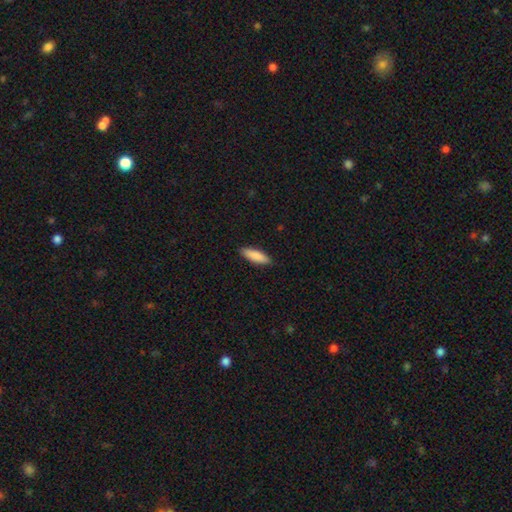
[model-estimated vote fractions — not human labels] A smooth galaxy with no disk features (86%) that is cigar-shaped (54%).

Vote fractions:
- Smooth or featured? smooth: 86% / featured or disk: 8% / star or artifact: 5%
- How rounded? cigar-shaped: 54% / in between: 44% / round: 2%
- Merging? none: 88% / minor disturbance: 9% / major disturbance: 2% / merger: 1%